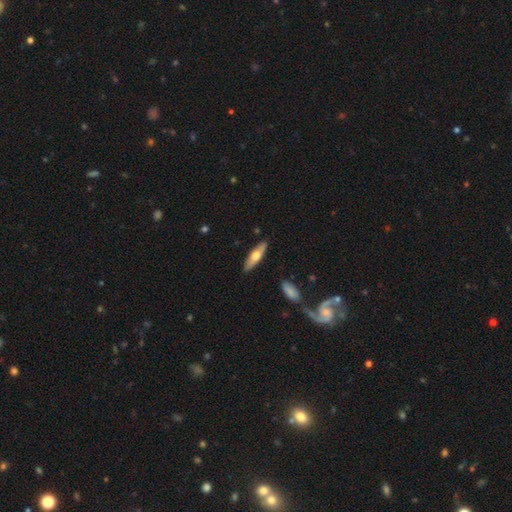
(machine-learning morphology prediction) smooth-or-featured: smooth: 53% | featured or disk: 41% | star or artifact: 5%
  how-rounded: cigar-shaped: 60% | in between: 37% | round: 2%
  merging: none: 88% | minor disturbance: 8% | merger: 2% | major disturbance: 2%